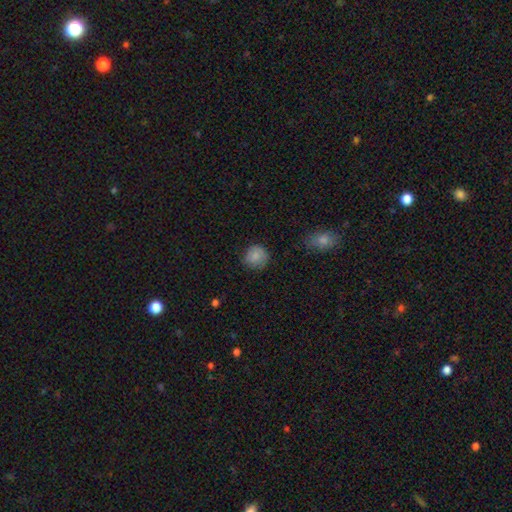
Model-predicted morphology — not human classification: type=smooth (83%); roundness=round (86%); merging=none (77%).